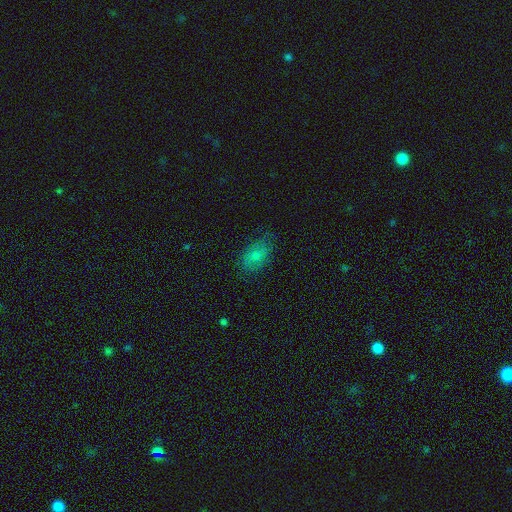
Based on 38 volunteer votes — Q: Smooth or featured?
A: smooth (61%); runner-up: featured or disk (32%)
Q: How rounded?
A: in between (87%); runner-up: round (13%)
Q: Merging?
A: none (71%); runner-up: minor disturbance (23%)